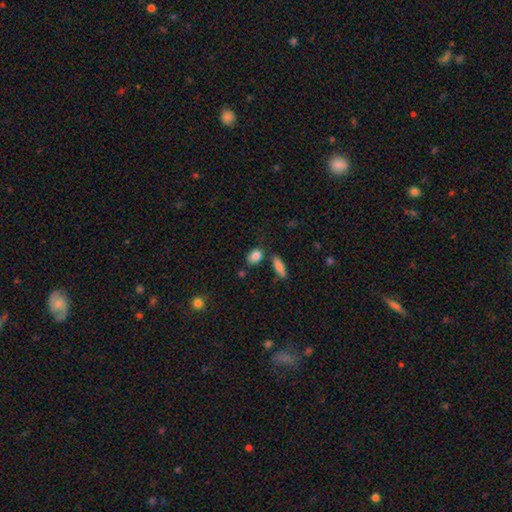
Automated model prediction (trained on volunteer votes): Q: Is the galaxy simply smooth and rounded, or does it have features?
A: smooth — 86%.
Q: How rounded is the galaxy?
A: in between — 76%.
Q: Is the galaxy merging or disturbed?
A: none — 70%.